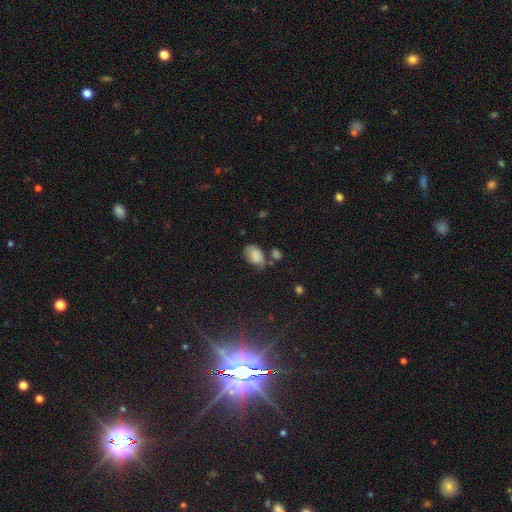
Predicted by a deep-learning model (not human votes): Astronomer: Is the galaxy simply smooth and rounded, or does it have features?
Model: smooth — 78%.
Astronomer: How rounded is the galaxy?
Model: in between — 86%.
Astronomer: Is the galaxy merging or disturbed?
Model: none — 41% (runner-up: minor disturbance, 33%).